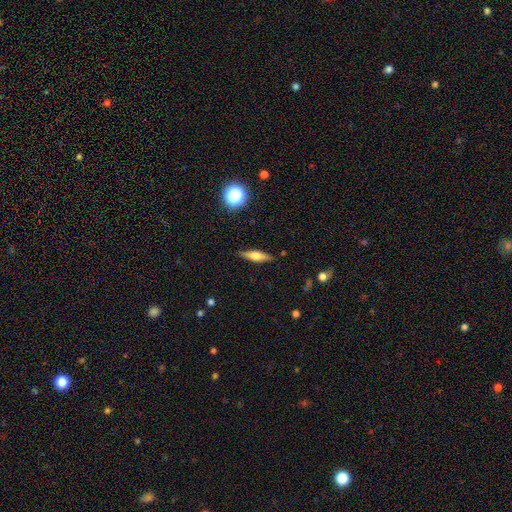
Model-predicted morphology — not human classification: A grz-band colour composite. It shows a featured or disk galaxy (51%) viewed edge-on (94%). Merging: none (88%).